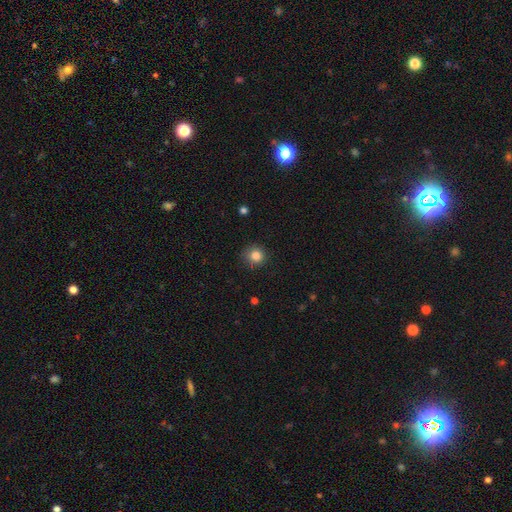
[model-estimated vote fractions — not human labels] smooth-or-featured: smooth: 84% | star or artifact: 11% | featured or disk: 5%
  how-rounded: round: 89% | in between: 11% | cigar-shaped: 1%
  merging: none: 80% | minor disturbance: 15% | major disturbance: 4% | merger: 1%